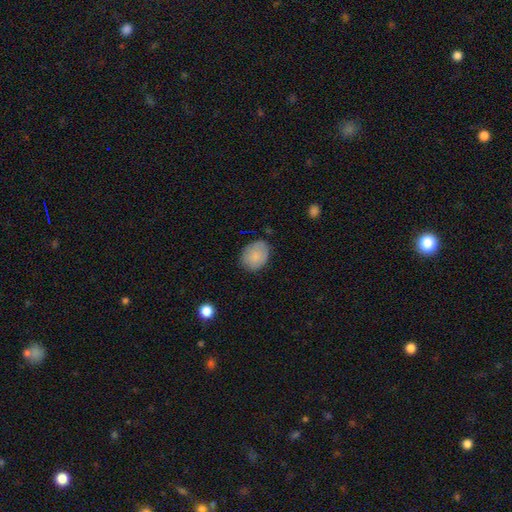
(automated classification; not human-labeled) This is clearly a smooth galaxy (82%). How rounded: possibly in between (58%). Merging: likely none (78%).